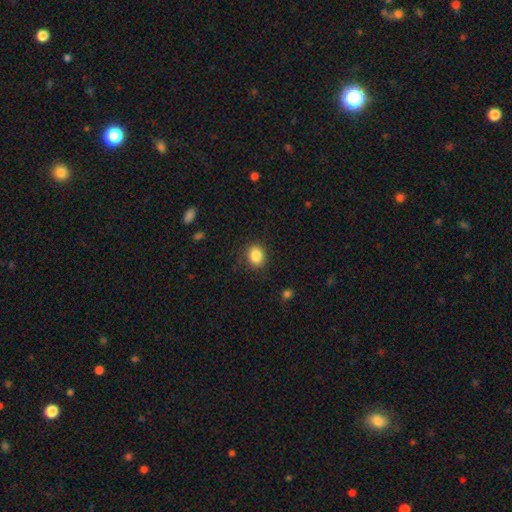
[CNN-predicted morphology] Smooth or featured? smooth (87%)
How rounded? round (55%)
Merging? none (86%)